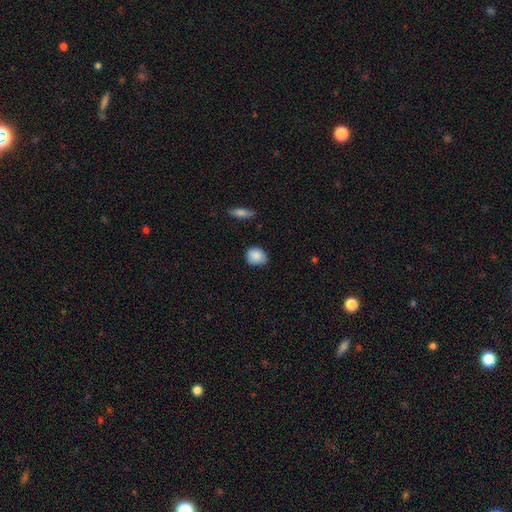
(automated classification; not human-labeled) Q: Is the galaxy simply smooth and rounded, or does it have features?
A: smooth — 86%.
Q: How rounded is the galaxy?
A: round — 69%.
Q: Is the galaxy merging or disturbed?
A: none — 70%.